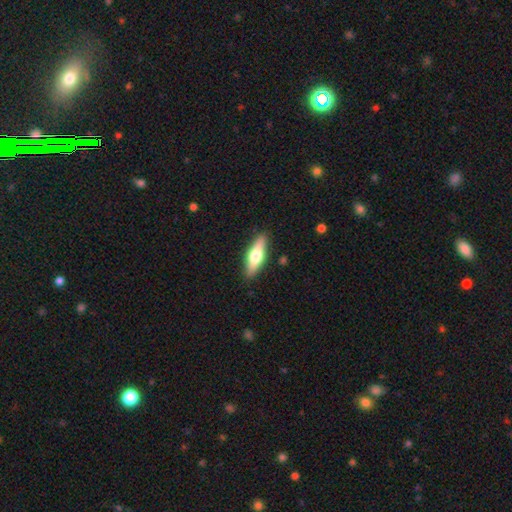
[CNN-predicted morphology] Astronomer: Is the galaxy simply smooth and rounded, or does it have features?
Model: smooth — 51% (runner-up: featured or disk, 44%).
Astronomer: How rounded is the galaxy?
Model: cigar-shaped — 54% (runner-up: in between, 44%).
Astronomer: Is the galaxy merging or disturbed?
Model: none — 88%.